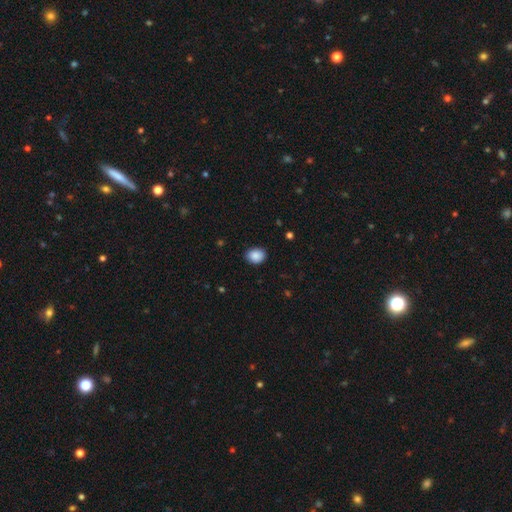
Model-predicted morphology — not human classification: type=smooth (89%); roundness=in between (58%); merging=none (87%).